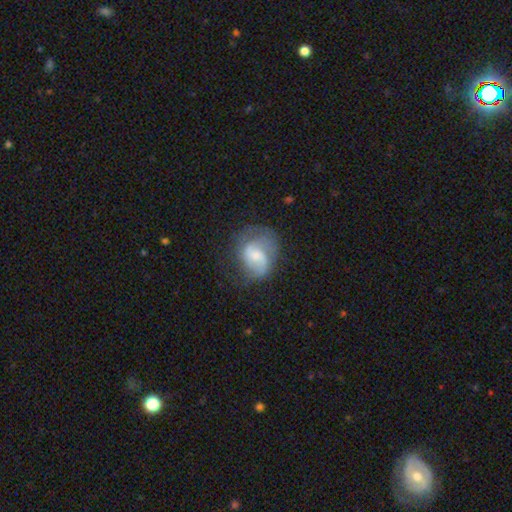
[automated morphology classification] smooth_or_featured: featured or disk (p=0.64) [alt: smooth p=0.29]
disk_edge_on: no (p=0.98) [alt: yes p=0.02]
bar: no (p=0.47) [alt: weak p=0.44]
has_spiral_arms: yes (p=0.86) [alt: no p=0.14]
spiral_winding: medium (p=0.46) [alt: loose p=0.33]
spiral_arm_count: 2 (p=0.69) [alt: can't tell p=0.15]
bulge_size: small (p=0.46) [alt: moderate p=0.36]
merging: none (p=0.53) [alt: minor disturbance p=0.24]